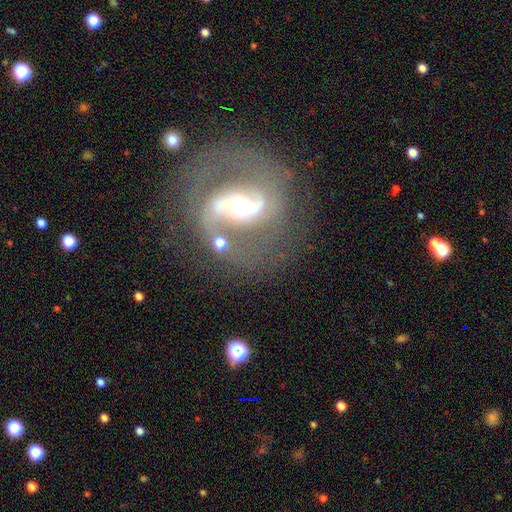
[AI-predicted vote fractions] smooth-or-featured: featured or disk: 81% | smooth: 11% | star or artifact: 7%
  disk-edge-on: no: 96% | yes: 4%
    bar: strong: 43% | weak: 36% | no: 21%
    has-spiral-arms: yes: 82% | no: 18%
      spiral-winding: medium: 47% | tight: 30% | loose: 23%
      spiral-arm-count: 2: 85% | can't tell: 7% | 1: 4% | 3: 2% | 4: 1% | more than 4: 1%
    bulge-size: moderate: 57% | small: 27% | large: 13% | dominant: 2% | none: 1%
  merging: none: 73% | minor disturbance: 13% | major disturbance: 9% | merger: 5%